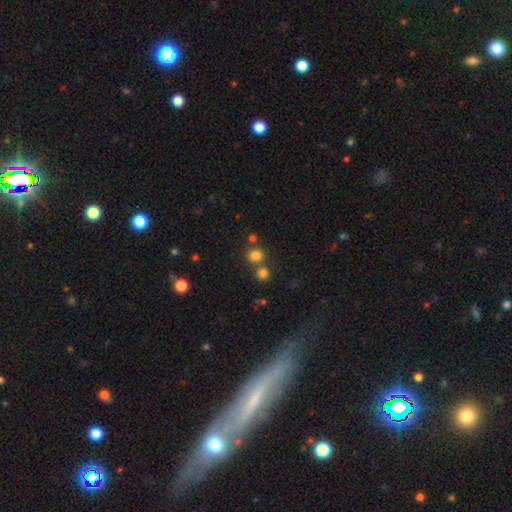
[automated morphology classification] Smooth or featured? Predicted: smooth (p=0.79). How rounded? Predicted: round (p=0.84). Merging? Predicted: none (p=0.66).